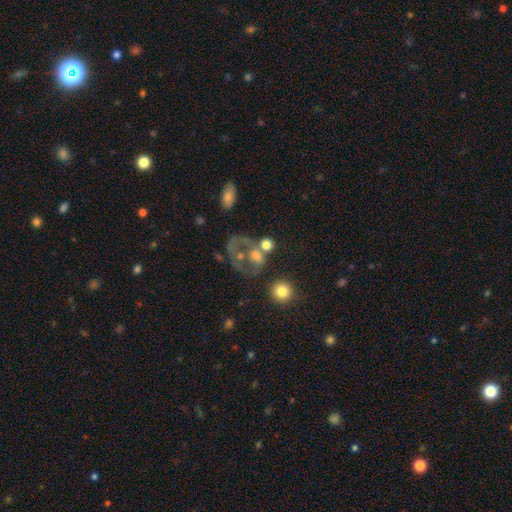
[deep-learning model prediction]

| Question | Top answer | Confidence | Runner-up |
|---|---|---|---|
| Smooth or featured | featured or disk | 44% | smooth (41%) |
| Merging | none | 32% | major disturbance (28%) |